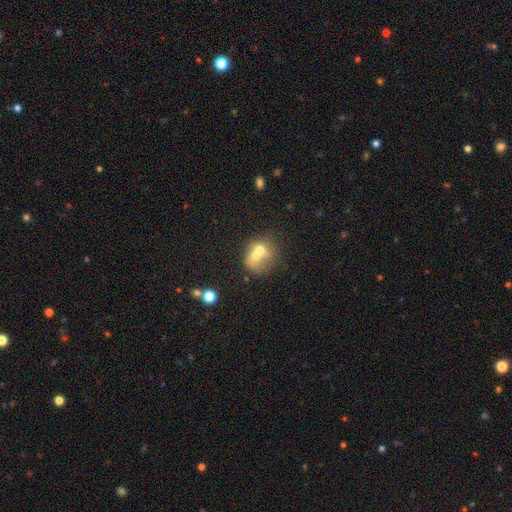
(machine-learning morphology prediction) This appears to be a smooth galaxy with no disk features (59%) that is round (67%). Merging: merger (67%).